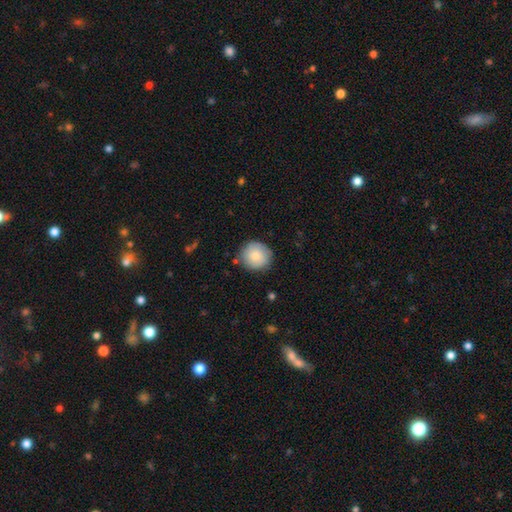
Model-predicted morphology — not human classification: smooth-or-featured: smooth: 79% | featured or disk: 14% | star or artifact: 7%
  how-rounded: round: 91% | in between: 8% | cigar-shaped: 1%
  merging: none: 84% | minor disturbance: 11% | major disturbance: 2% | merger: 2%